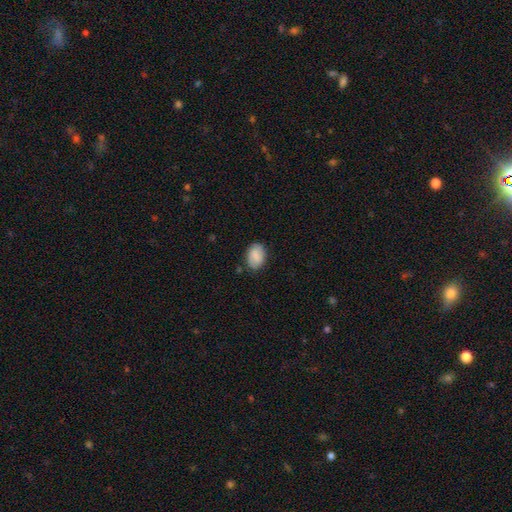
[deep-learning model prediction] This is clearly a smooth galaxy (85%). How rounded: clearly in between (82%). Merging: likely none (78%).